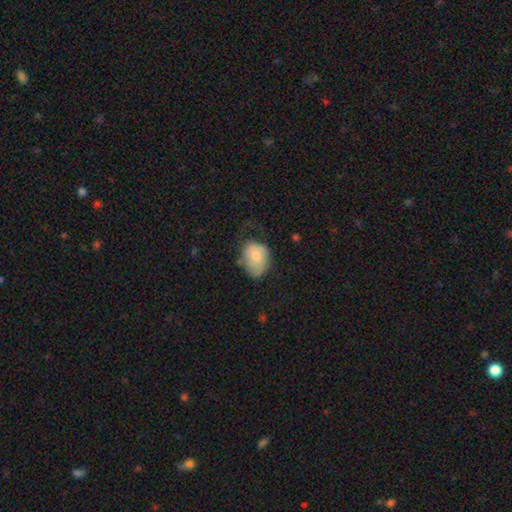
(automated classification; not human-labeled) This appears to be a smooth galaxy with no disk features (68%) that is in between round and cigar-shaped (63%). Merging: minor disturbance (38%).